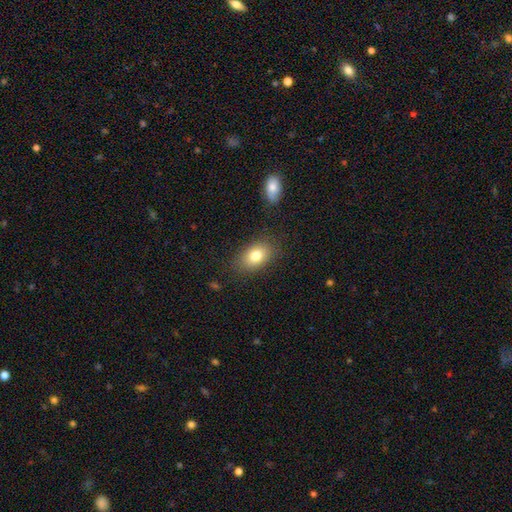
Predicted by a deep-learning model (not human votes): This is clearly a smooth galaxy (80%). How rounded: clearly in between (86%). Merging: clearly none (82%).